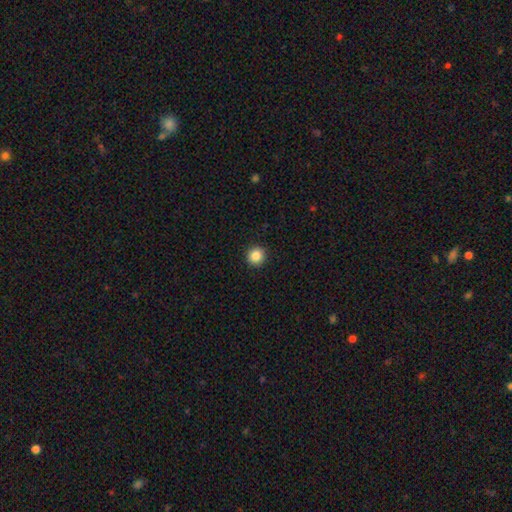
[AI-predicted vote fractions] Smooth or featured?
  - smooth: 86% *
  - star or artifact: 10%
  - featured or disk: 4%
How rounded?
  - round: 94% *
  - in between: 6%
  - cigar-shaped: 1%
Merging?
  - none: 93% *
  - minor disturbance: 4%
  - major disturbance: 2%
  - merger: 1%